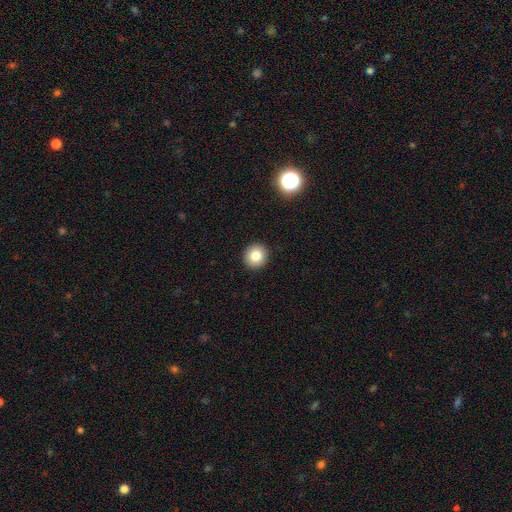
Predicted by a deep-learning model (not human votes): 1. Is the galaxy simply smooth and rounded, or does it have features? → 82% smooth, 10% star or artifact, 8% featured or disk.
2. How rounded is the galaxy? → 92% round, 7% in between, 1% cigar-shaped.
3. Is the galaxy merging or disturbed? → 93% none, 5% minor disturbance, 2% major disturbance, 1% merger.